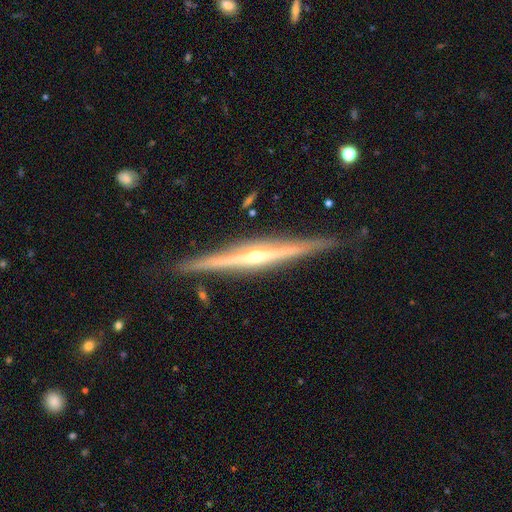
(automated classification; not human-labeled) Morphology: type=featured or disk (87%); edge-on=yes (98%); edge-on bulge=rounded (87%); merging=none (89%).